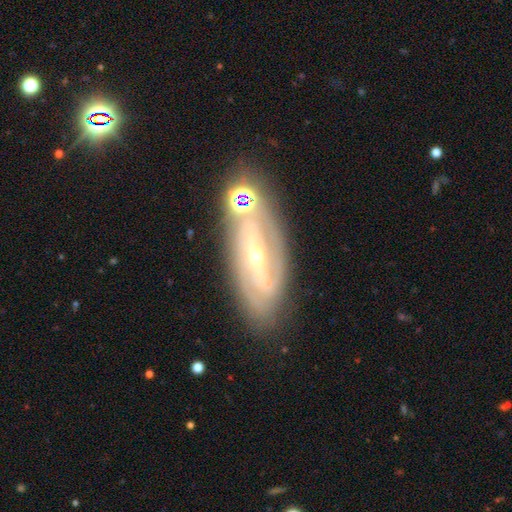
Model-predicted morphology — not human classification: Q: Smooth or featured?
A: featured or disk (83%); runner-up: smooth (10%)
Q: Edge-on disk?
A: no (88%); runner-up: yes (12%)
Q: Bar?
A: strong (43%); runner-up: weak (31%)
Q: Spiral arms?
A: yes (89%); runner-up: no (11%)
Q: Spiral winding?
A: tight (44%); runner-up: medium (39%)
Q: Spiral arm count?
A: 2 (69%); runner-up: can't tell (18%)
Q: Bulge size?
A: small (68%); runner-up: moderate (28%)
Q: Merging?
A: none (73%); runner-up: minor disturbance (15%)